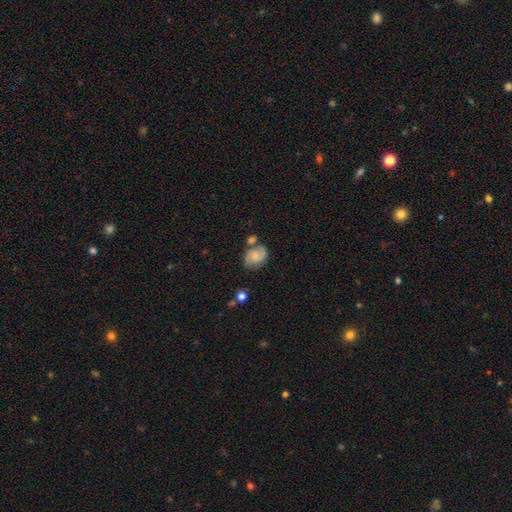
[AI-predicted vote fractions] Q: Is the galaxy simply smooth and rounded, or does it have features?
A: featured or disk — 52%.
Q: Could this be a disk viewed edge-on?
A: no — 97%.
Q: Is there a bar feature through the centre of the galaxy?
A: no — 65%.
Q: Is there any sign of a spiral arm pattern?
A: yes — 89%.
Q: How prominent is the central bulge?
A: small — 46%.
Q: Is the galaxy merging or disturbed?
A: none — 55%.